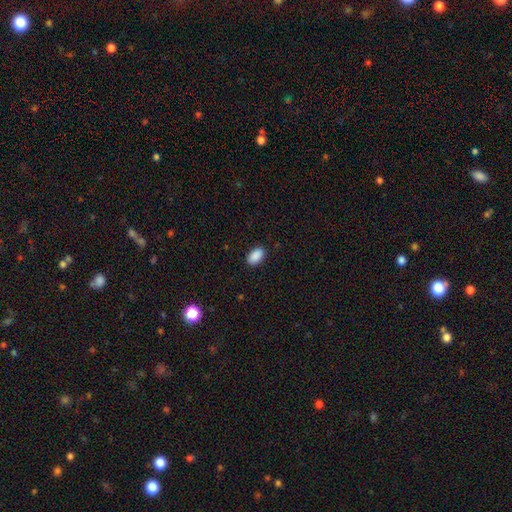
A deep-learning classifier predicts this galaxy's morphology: Overall: smooth (90%). How rounded: in between (94%). Merging: none (89%).